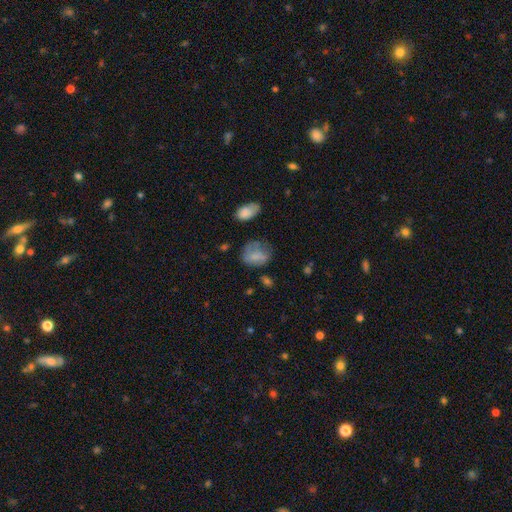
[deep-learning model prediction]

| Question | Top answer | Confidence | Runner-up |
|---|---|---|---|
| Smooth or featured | smooth | 71% | featured or disk (19%) |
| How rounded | in between | 54% | round (45%) |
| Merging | none | 45% | minor disturbance (30%) |